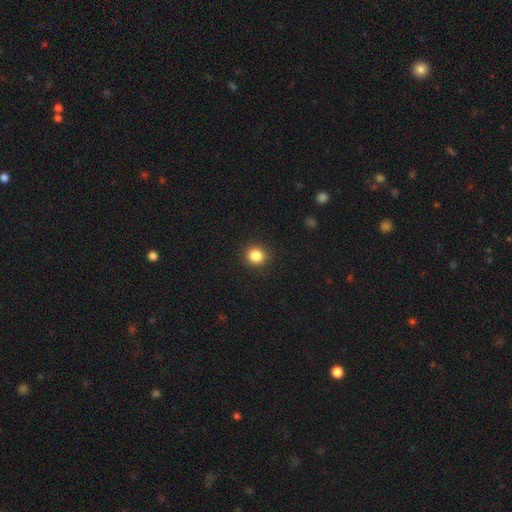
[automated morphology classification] smooth_or_featured: smooth (p=0.85) [alt: star or artifact p=0.11]
how_rounded: round (p=0.91) [alt: in between p=0.08]
merging: none (p=0.91) [alt: minor disturbance p=0.06]